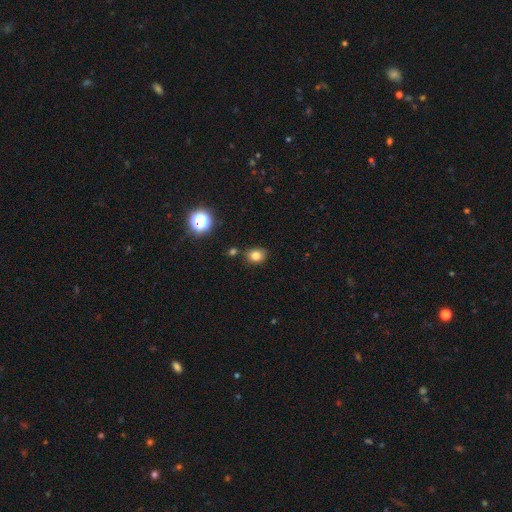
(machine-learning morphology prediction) Smooth or featured? smooth (79%)
How rounded? round (53%)
Merging? none (80%)